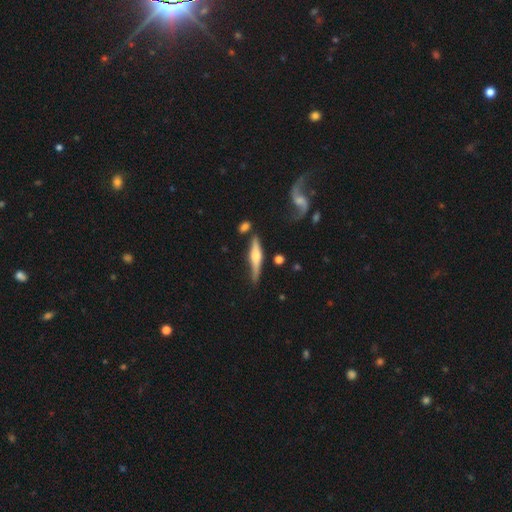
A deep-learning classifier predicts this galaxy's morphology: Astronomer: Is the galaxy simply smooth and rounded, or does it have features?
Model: featured or disk — 67%.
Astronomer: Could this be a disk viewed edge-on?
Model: yes — 95%.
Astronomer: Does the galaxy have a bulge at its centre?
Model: rounded — 84%.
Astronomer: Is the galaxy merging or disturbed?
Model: none — 72%.